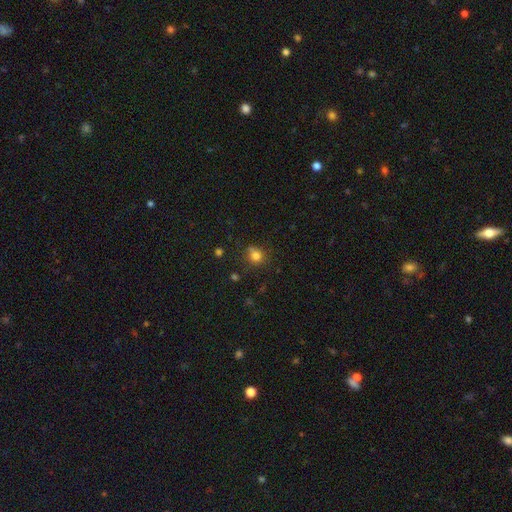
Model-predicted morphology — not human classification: Smooth or featured? Predicted: smooth (p=0.80). How rounded? Predicted: round (p=0.74). Merging? Predicted: none (p=0.66).